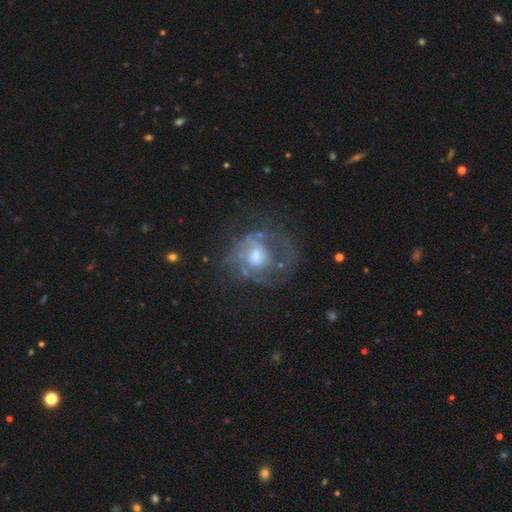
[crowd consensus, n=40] featured or disk 72%, smooth 18%, star or artifact 10%. Down the decision tree: edge-on disk — no (93%); bar — no (81%); spiral arms — no (63%); bulge size — moderate (56%); merging — major disturbance (50%).